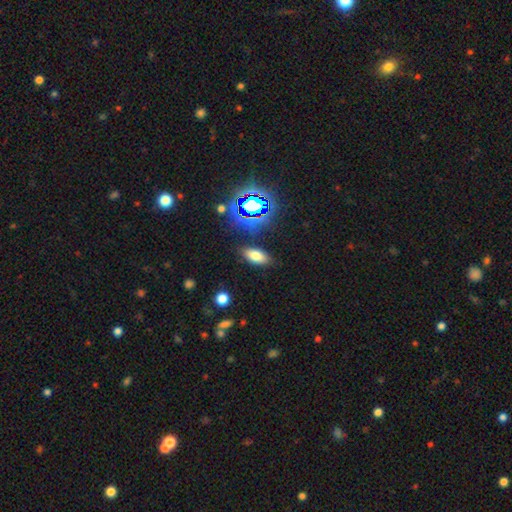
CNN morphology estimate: A smooth galaxy with no disk features (70%) that is in between round and cigar-shaped (86%). Merging: none (85%).